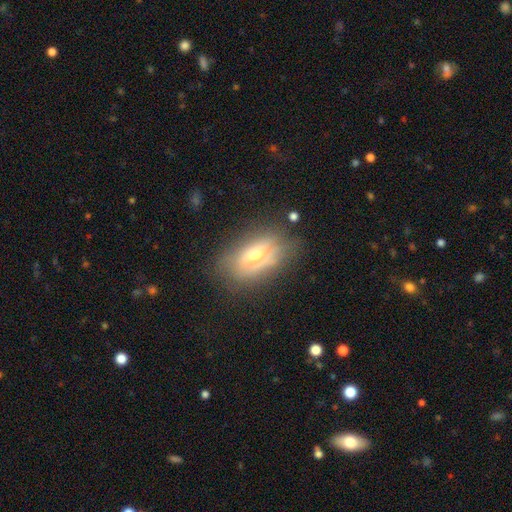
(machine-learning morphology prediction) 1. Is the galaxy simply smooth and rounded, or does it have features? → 46% smooth, 42% featured or disk, 11% star or artifact.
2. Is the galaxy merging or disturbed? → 66% none, 22% minor disturbance, 10% major disturbance, 2% merger.